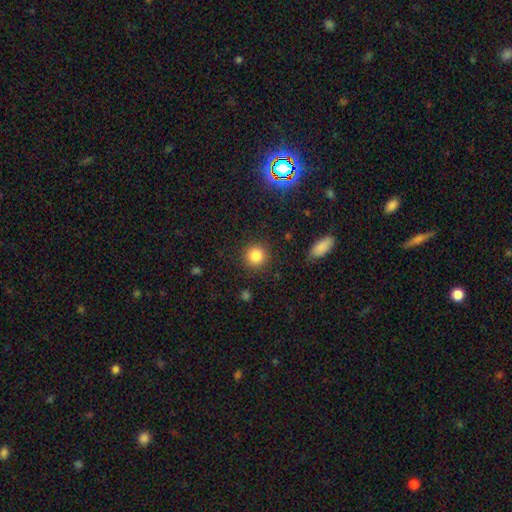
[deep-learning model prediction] The model was most divided on "smooth or featured": smooth: 85%, star or artifact: 10%, featured or disk: 5%. More confident: how rounded — round (92%); merging — none (89%).